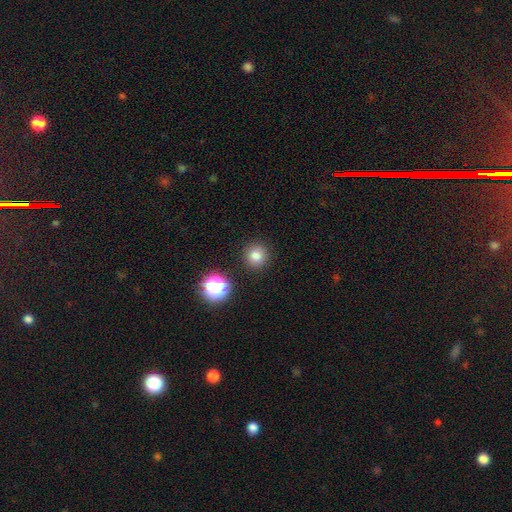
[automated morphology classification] The model was most divided on "smooth or featured": smooth: 78%, star or artifact: 16%, featured or disk: 6%. More confident: how rounded — round (93%); merging — none (90%).